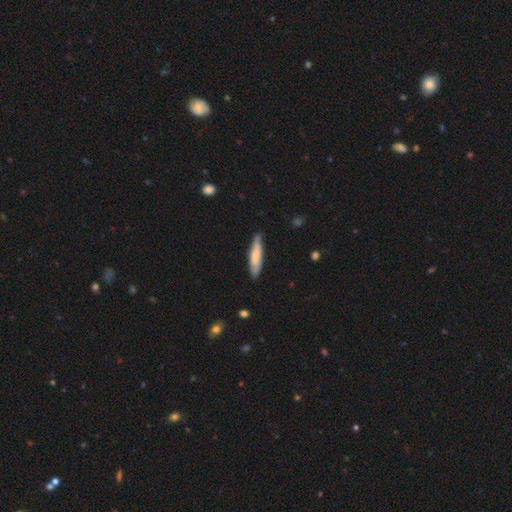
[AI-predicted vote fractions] Smooth or featured? smooth (69%)
How rounded? cigar-shaped (78%)
Merging? none (75%)